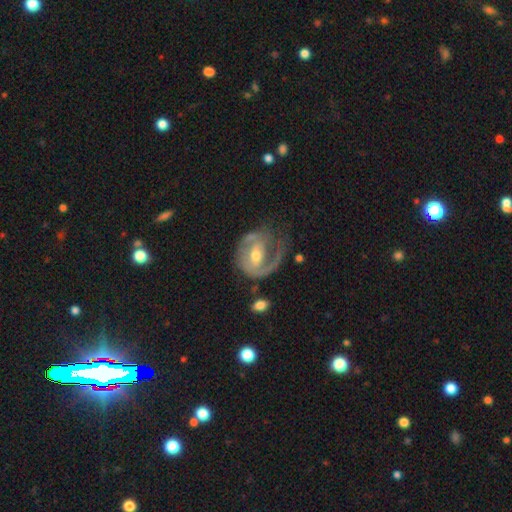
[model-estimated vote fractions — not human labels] Smooth or featured: featured or disk — 82% (smooth — 13%)
Edge-on disk: no — 97% (yes — 3%)
Bar: weak — 44% (no — 36%)
Spiral arms: yes — 85% (no — 15%)
Spiral winding: tight — 44% (medium — 39%)
Spiral arm count: 1 — 48% (2 — 36%)
Bulge size: moderate — 62% (small — 32%)
Merging: none — 48% (major disturbance — 27%)